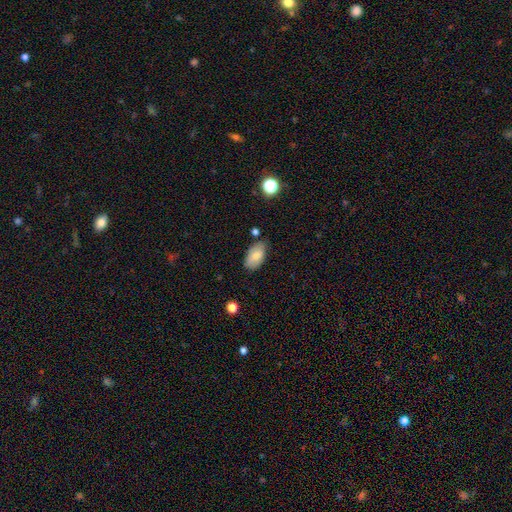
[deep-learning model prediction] Q: Smooth or featured?
A: smooth (76%); runner-up: featured or disk (16%)
Q: How rounded?
A: in between (94%); runner-up: round (4%)
Q: Merging?
A: none (73%); runner-up: minor disturbance (20%)